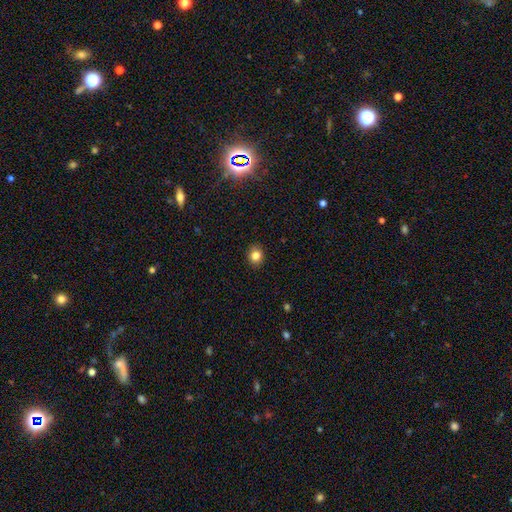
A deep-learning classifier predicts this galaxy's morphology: smooth_or_featured: smooth (p=0.82) [alt: star or artifact p=0.11]
how_rounded: round (p=0.69) [alt: in between p=0.31]
merging: none (p=0.90) [alt: minor disturbance p=0.07]